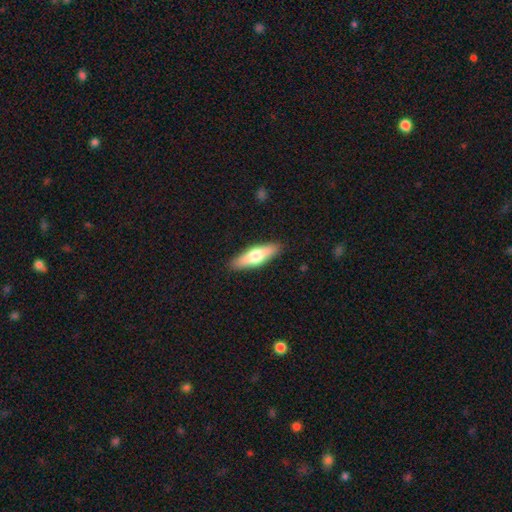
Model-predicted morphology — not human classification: Smooth or featured? Predicted: smooth (p=0.57). How rounded? Predicted: cigar-shaped (p=0.59). Merging? Predicted: none (p=0.89).